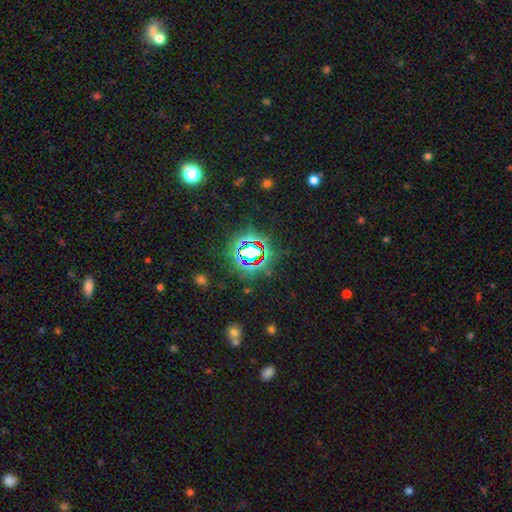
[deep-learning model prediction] Smooth or featured?
  - star or artifact: 79% *
  - smooth: 13%
  - featured or disk: 9%